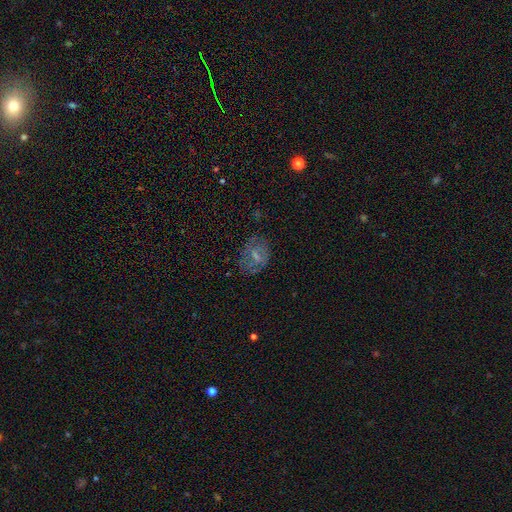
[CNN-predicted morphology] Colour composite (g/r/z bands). It shows a featured or disk galaxy (43%). Merging: none (64%).